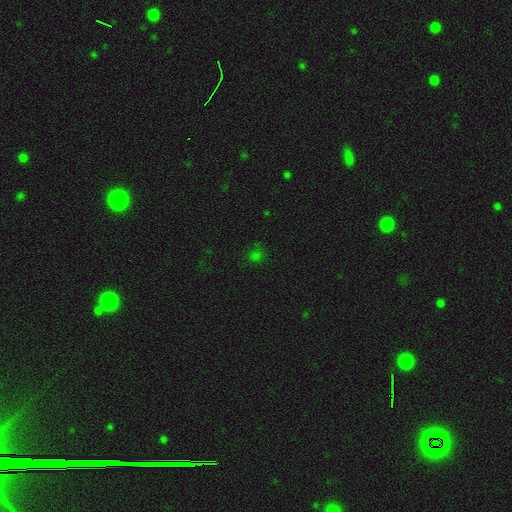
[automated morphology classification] Smooth or featured? Predicted: smooth (p=0.59). How rounded? Predicted: round (p=0.82). Merging? Predicted: none (p=0.78).